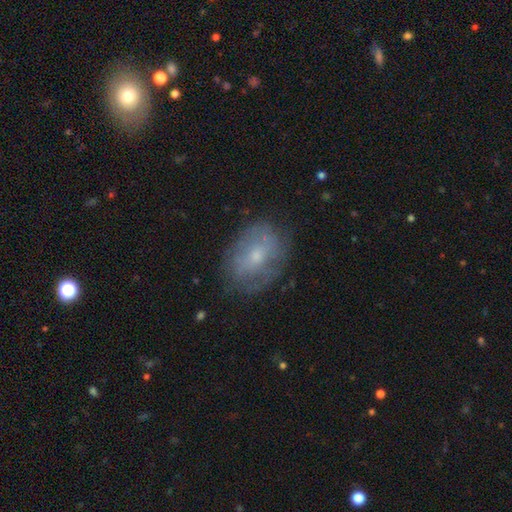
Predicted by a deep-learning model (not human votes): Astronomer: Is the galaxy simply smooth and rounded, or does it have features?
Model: featured or disk — 47% (runner-up: smooth, 44%).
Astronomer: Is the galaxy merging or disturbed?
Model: none — 66%.